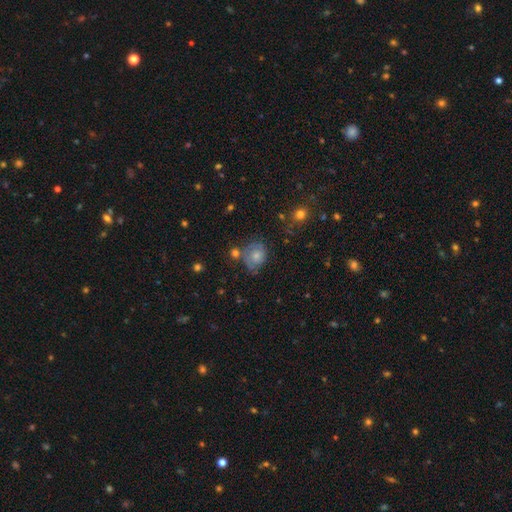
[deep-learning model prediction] featured or disk 49%, smooth 40%, star or artifact 10%. Down the decision tree: merging — none (50%).